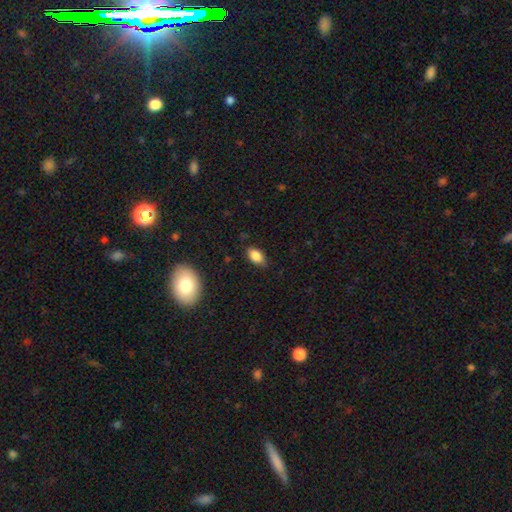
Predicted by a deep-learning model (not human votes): smooth-or-featured: smooth: 83% | star or artifact: 9% | featured or disk: 8%
  how-rounded: in between: 89% | round: 8% | cigar-shaped: 3%
  merging: none: 77% | minor disturbance: 18% | major disturbance: 3% | merger: 1%